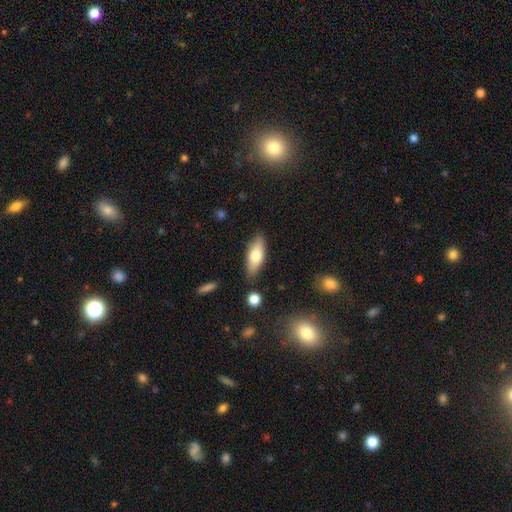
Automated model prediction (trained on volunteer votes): Smooth or featured? smooth (68%)
How rounded? in between (69%)
Merging? none (83%)